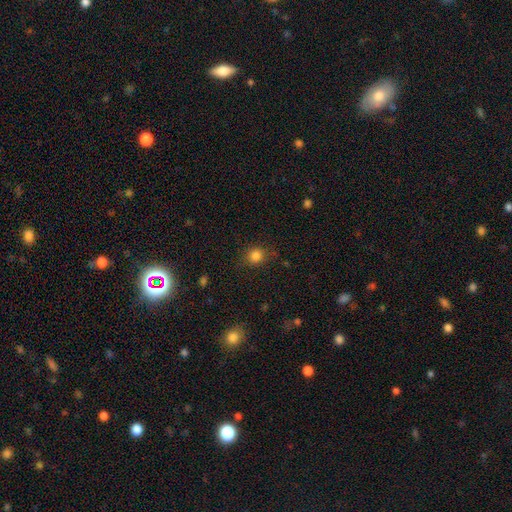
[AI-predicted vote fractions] Q: Smooth or featured?
A: smooth (83%); runner-up: star or artifact (12%)
Q: How rounded?
A: round (85%); runner-up: in between (14%)
Q: Merging?
A: none (83%); runner-up: minor disturbance (12%)